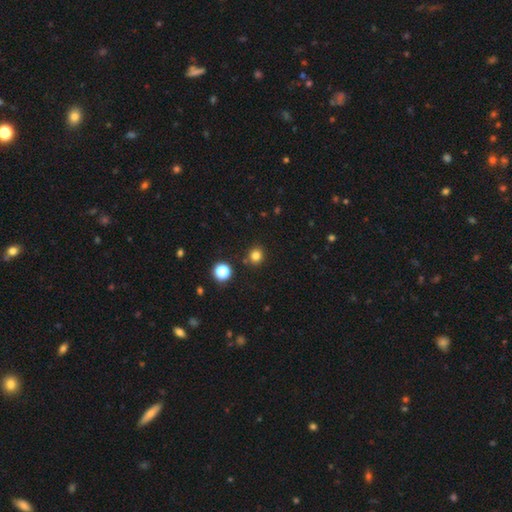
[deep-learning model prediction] Smooth or featured? Predicted: smooth (p=0.80). How rounded? Predicted: round (p=0.86). Merging? Predicted: none (p=0.86).